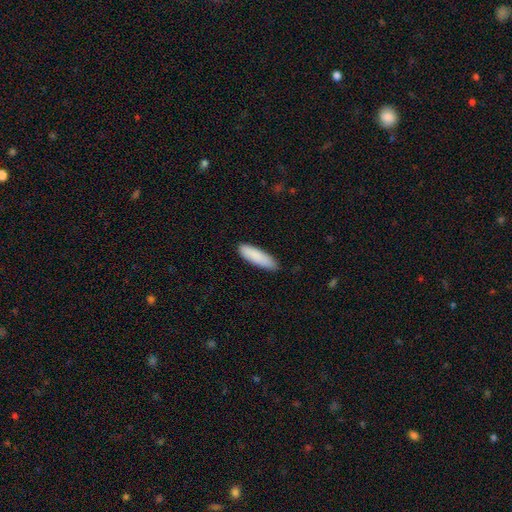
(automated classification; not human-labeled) Overall: smooth (88%). How rounded: cigar-shaped (60%; in between 38%). Merging: none (83%).